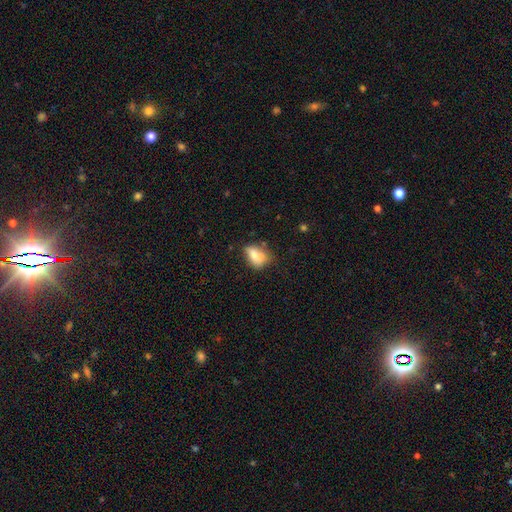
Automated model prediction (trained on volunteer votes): The model was most divided on "merging": none: 44%, minor disturbance: 29%, merger: 15%, major disturbance: 11%. More confident: how rounded — in between (79%); smooth or featured — smooth (74%).